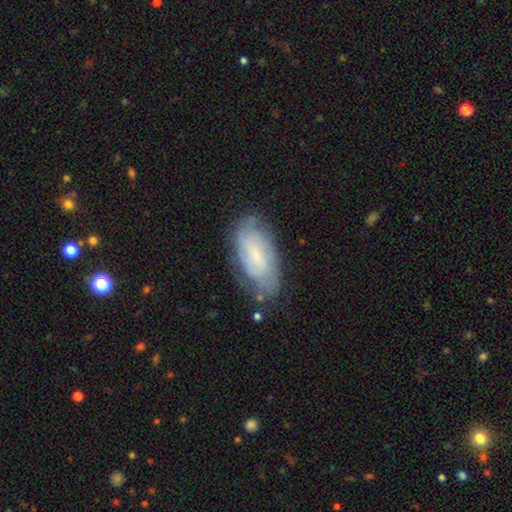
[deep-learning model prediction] Smooth or featured? Predicted: featured or disk (p=0.52). Edge-on disk? Predicted: no (p=0.93). Merging? Predicted: none (p=0.65).